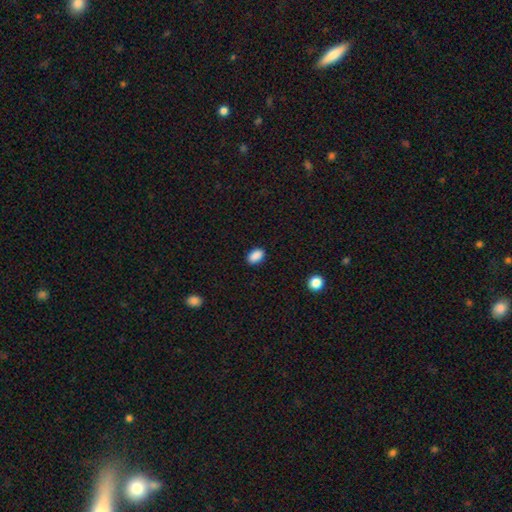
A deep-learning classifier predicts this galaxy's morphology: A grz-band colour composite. It shows a smooth galaxy with no disk features (89%) that is in between round and cigar-shaped (88%). Merging: none (89%).